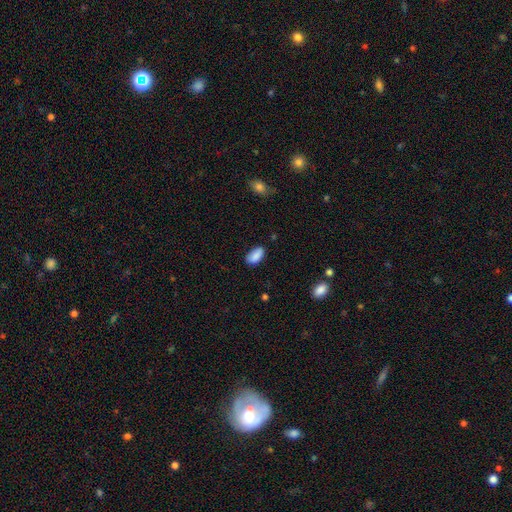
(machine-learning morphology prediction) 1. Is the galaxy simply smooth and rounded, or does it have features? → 87% smooth, 7% star or artifact, 5% featured or disk.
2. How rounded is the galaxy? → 93% in between, 5% cigar-shaped, 3% round.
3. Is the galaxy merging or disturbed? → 79% none, 17% minor disturbance, 3% major disturbance, 2% merger.